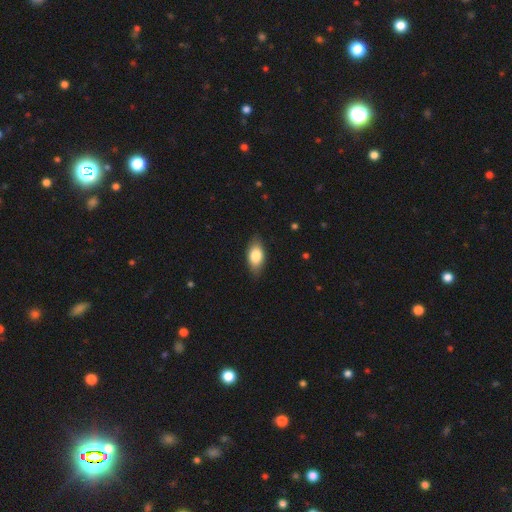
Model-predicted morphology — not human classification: Smooth or featured: smooth — 80% (featured or disk — 14%)
How rounded: in between — 89% (cigar-shaped — 6%)
Merging: none — 84% (minor disturbance — 13%)